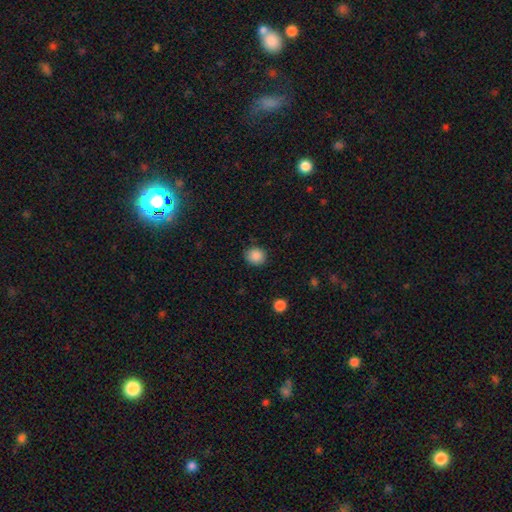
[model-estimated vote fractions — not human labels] Smooth or featured?
  - smooth: 88% *
  - star or artifact: 9%
  - featured or disk: 3%
How rounded?
  - round: 79% *
  - in between: 20%
  - cigar-shaped: 1%
Merging?
  - none: 87% *
  - minor disturbance: 10%
  - major disturbance: 2%
  - merger: 1%